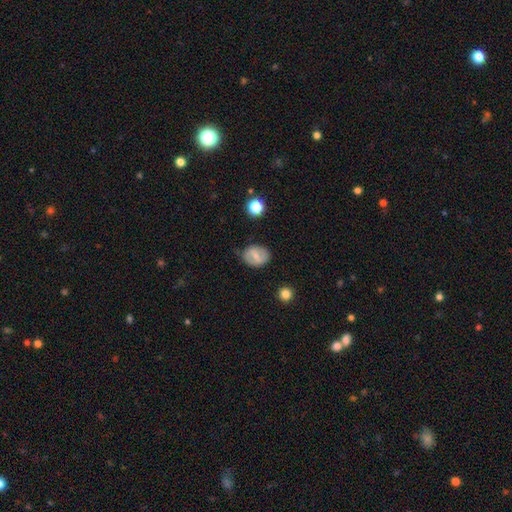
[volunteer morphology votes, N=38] Overall: smooth (47%, tied with featured or disk). How rounded: in between (67%; round 33%). Merging: none (86%).